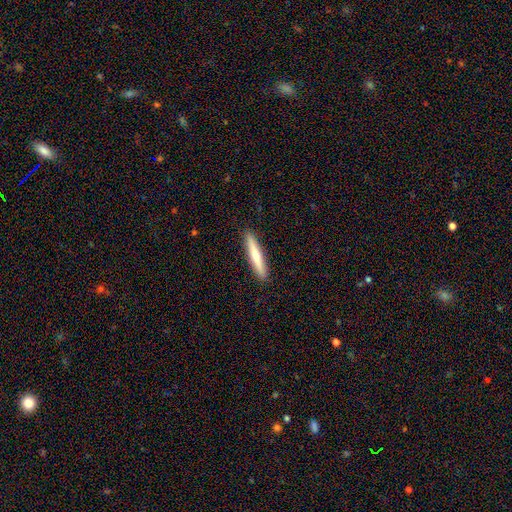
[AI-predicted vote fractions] smooth-or-featured: smooth: 59% | featured or disk: 36% | star or artifact: 5%
  how-rounded: cigar-shaped: 94% | in between: 5% | round: 1%
  merging: none: 92% | minor disturbance: 6% | major disturbance: 1% | merger: 1%